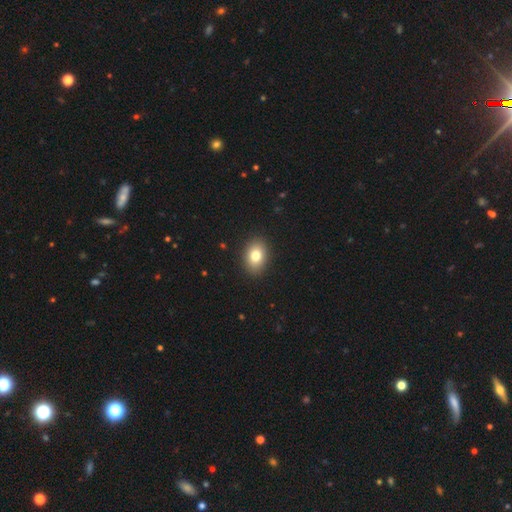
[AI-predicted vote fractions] Smooth or featured: smooth — 80% (featured or disk — 11%)
How rounded: in between — 75% (round — 24%)
Merging: none — 90% (minor disturbance — 7%)